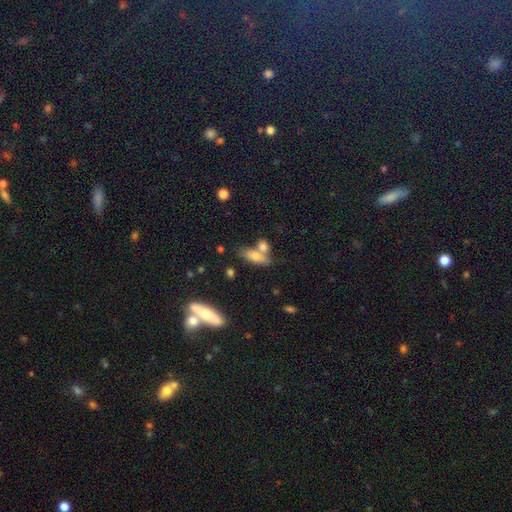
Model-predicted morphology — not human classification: smooth-or-featured: smooth: 75% | featured or disk: 15% | star or artifact: 9%
  how-rounded: in between: 72% | cigar-shaped: 23% | round: 6%
  merging: none: 46% | merger: 37% | minor disturbance: 12% | major disturbance: 5%